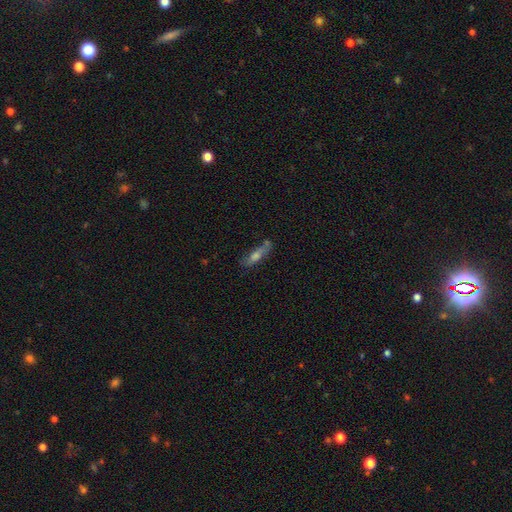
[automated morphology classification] smooth-or-featured: smooth: 53% | featured or disk: 36% | star or artifact: 10%
  how-rounded: cigar-shaped: 67% | in between: 30% | round: 3%
  merging: none: 58% | minor disturbance: 24% | major disturbance: 9% | merger: 9%